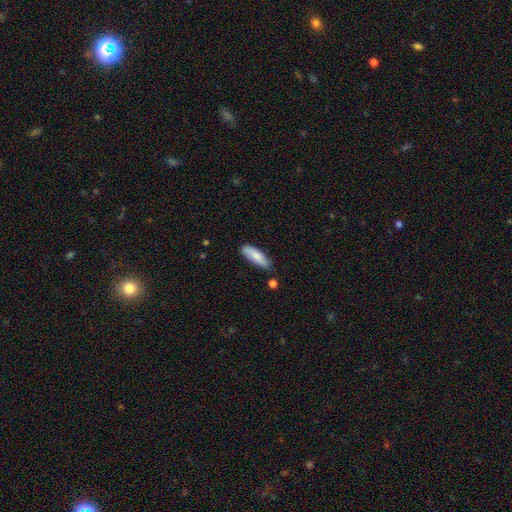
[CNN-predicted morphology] smooth_or_featured: smooth (p=0.82) [alt: featured or disk p=0.12]
how_rounded: in between (p=0.52) [alt: cigar-shaped p=0.47]
merging: none (p=0.74) [alt: minor disturbance p=0.19]